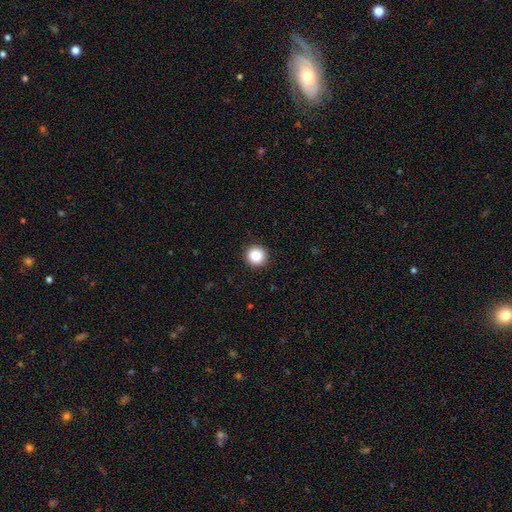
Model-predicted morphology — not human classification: type=smooth (87%); roundness=round (95%); merging=none (92%).